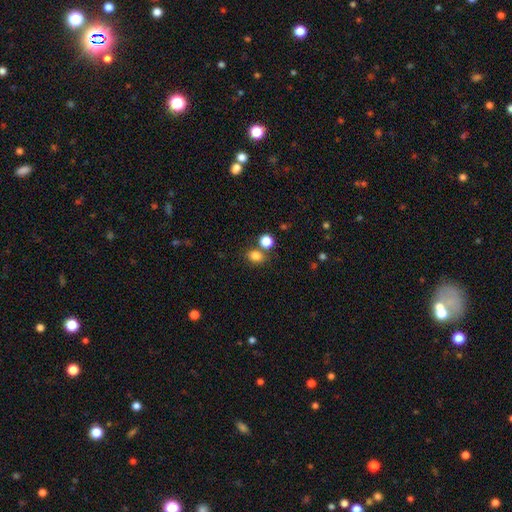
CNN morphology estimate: smooth_or_featured: smooth (p=0.82) [alt: star or artifact p=0.13]
how_rounded: round (p=0.50) [alt: in between p=0.49]
merging: none (p=0.65) [alt: merger p=0.20]